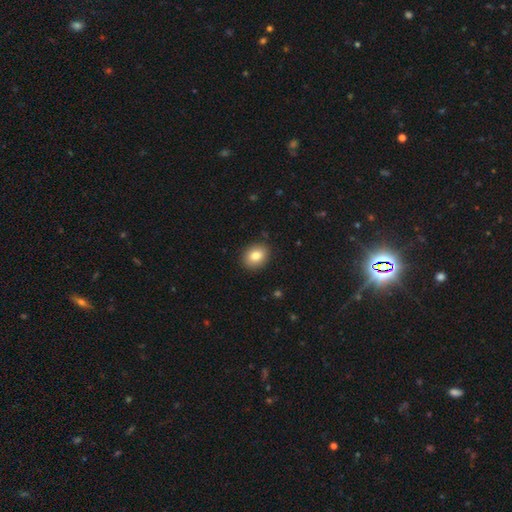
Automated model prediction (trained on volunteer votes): Smooth or featured? Predicted: smooth (p=0.82). How rounded? Predicted: in between (p=0.54). Merging? Predicted: none (p=0.89).